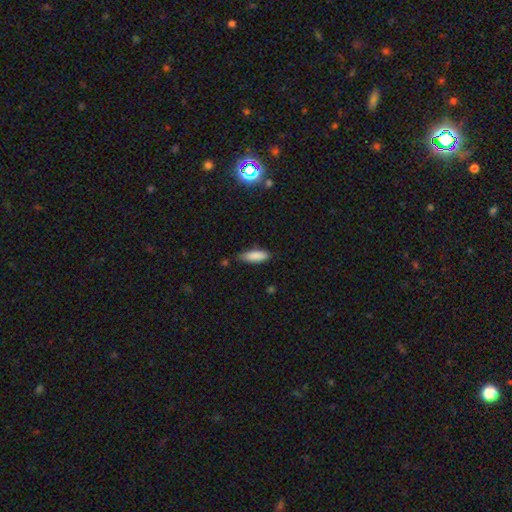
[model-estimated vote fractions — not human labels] A smooth galaxy with no disk features (86%) that is in between round and cigar-shaped (60%).

Vote fractions:
- Smooth or featured? smooth: 86% / star or artifact: 7% / featured or disk: 7%
- How rounded? in between: 60% / cigar-shaped: 38% / round: 2%
- Merging? none: 72% / minor disturbance: 22% / major disturbance: 3% / merger: 2%